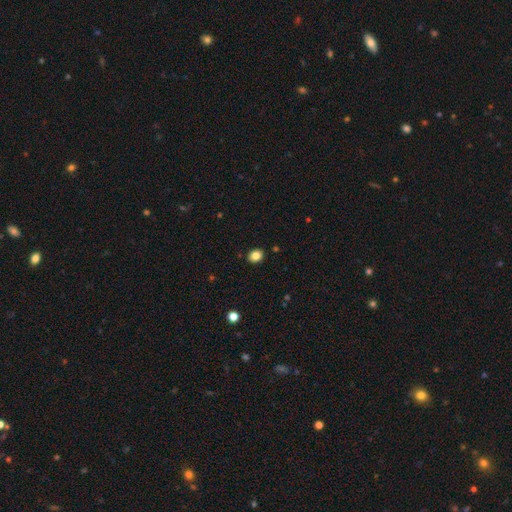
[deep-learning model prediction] smooth 84%, star or artifact 10%, featured or disk 5%. Down the decision tree: how rounded — in between (50%); merging — none (90%).